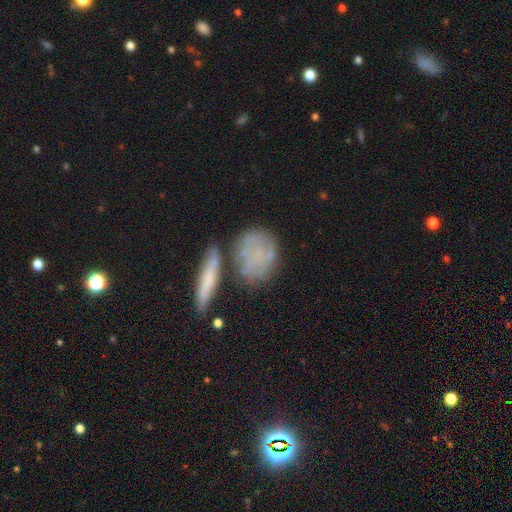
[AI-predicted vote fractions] smooth-or-featured: smooth: 53% | featured or disk: 36% | star or artifact: 10%
  how-rounded: round: 54% | in between: 37% | cigar-shaped: 9%
  merging: none: 56% | minor disturbance: 18% | merger: 18% | major disturbance: 8%